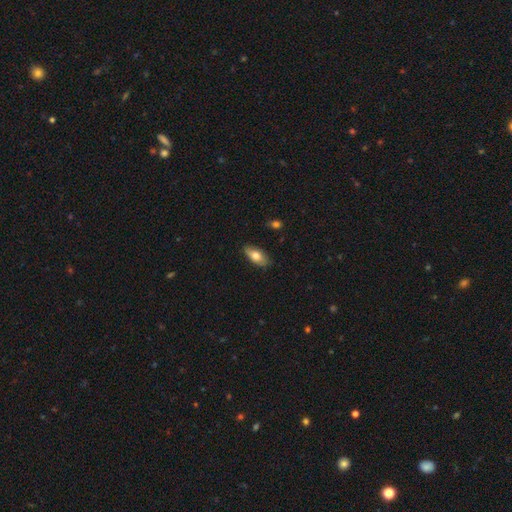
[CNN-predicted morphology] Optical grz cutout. It shows a smooth galaxy with no disk features (75%) that is in between round and cigar-shaped (86%). Merging: none (84%).